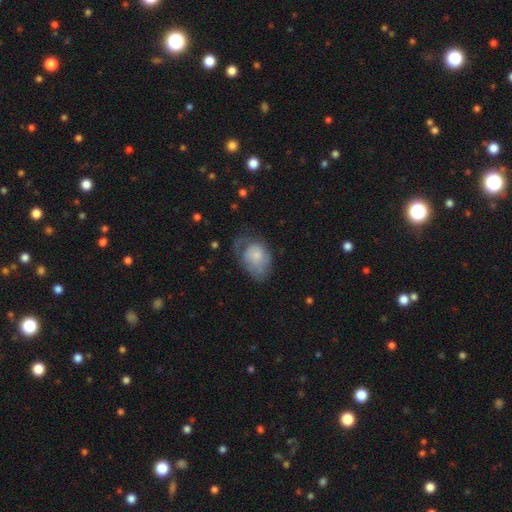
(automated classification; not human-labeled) Morphology: type=smooth (59%); roundness=in between (75%); merging=major disturbance (35%).